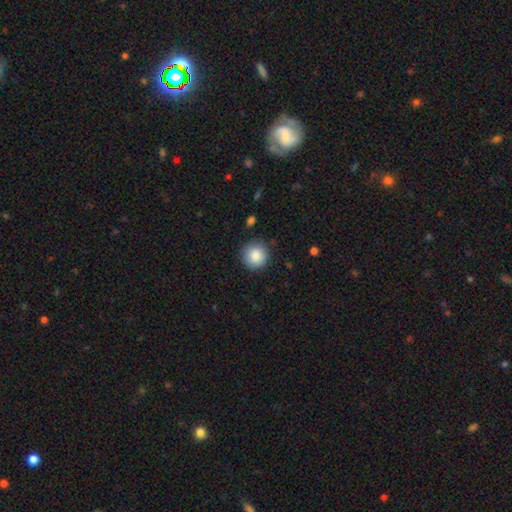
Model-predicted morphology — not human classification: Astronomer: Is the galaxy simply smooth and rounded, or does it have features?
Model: smooth — 87%.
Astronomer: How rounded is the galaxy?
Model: round — 95%.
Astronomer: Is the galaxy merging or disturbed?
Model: none — 88%.